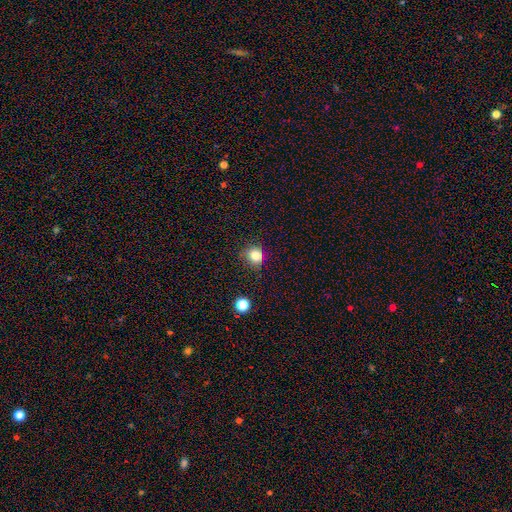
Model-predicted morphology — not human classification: Smooth or featured?
  - smooth: 80% *
  - star or artifact: 13%
  - featured or disk: 6%
How rounded?
  - round: 80% *
  - in between: 19%
  - cigar-shaped: 1%
Merging?
  - none: 70% *
  - minor disturbance: 21%
  - major disturbance: 6%
  - merger: 3%